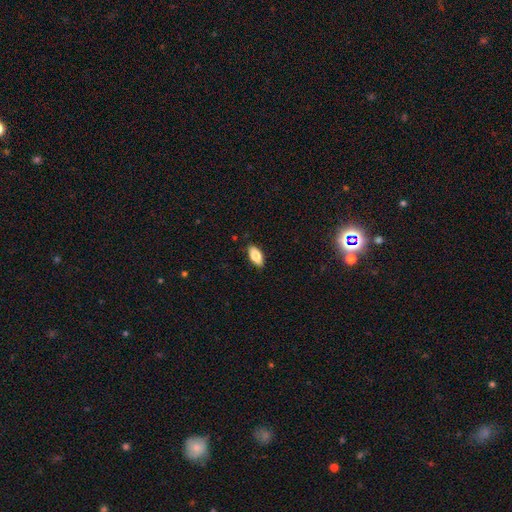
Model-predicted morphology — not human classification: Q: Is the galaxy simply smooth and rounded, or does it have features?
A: smooth — 83%.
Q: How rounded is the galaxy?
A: in between — 89%.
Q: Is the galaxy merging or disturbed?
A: none — 87%.